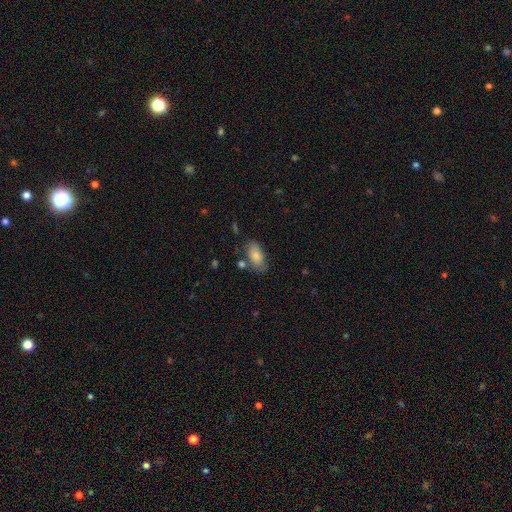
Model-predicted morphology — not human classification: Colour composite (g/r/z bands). It shows a smooth galaxy with no disk features (78%) that is in between round and cigar-shaped (93%). Merging: none (64%).